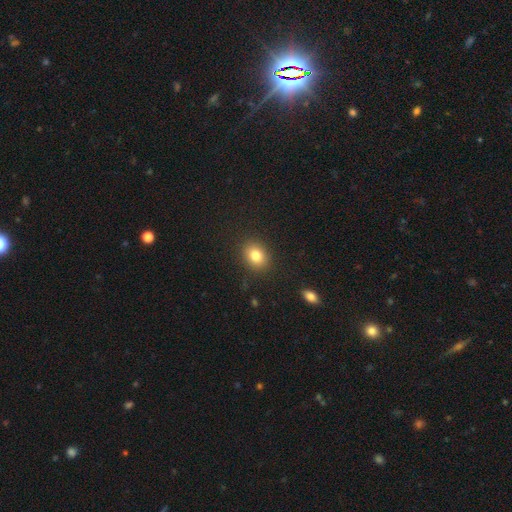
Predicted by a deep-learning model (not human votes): smooth-or-featured: smooth: 81% | star or artifact: 11% | featured or disk: 8%
  how-rounded: round: 53% | in between: 46% | cigar-shaped: 1%
  merging: none: 88% | minor disturbance: 8% | major disturbance: 3% | merger: 1%